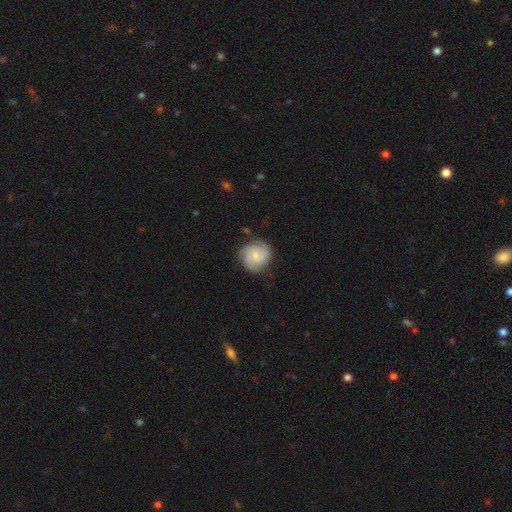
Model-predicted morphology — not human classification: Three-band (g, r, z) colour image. It shows a featured or disk galaxy (55%) with no bar (70%), spiral arms (92%) and a small central bulge (62%). Merging: none (75%).